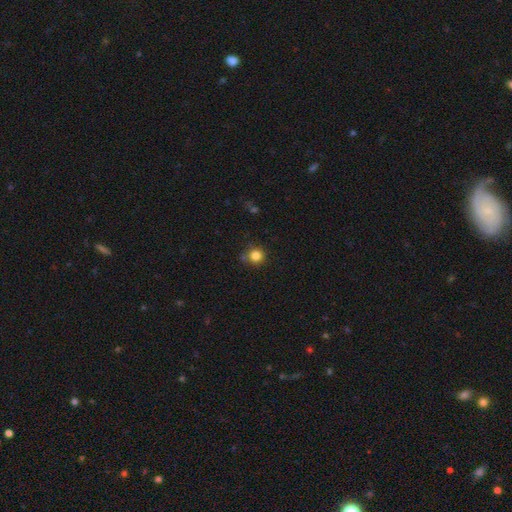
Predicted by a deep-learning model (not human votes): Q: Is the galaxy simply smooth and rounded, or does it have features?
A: smooth — 83%.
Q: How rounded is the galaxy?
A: round — 92%.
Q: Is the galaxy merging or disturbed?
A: none — 77%.